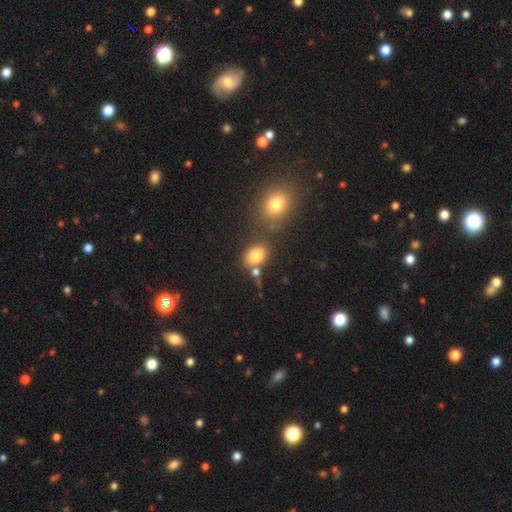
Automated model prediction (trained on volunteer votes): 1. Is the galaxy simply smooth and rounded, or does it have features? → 81% smooth, 10% star or artifact, 8% featured or disk.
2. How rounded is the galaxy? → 78% in between, 21% round, 1% cigar-shaped.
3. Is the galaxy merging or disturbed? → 66% none, 16% merger, 13% minor disturbance, 5% major disturbance.